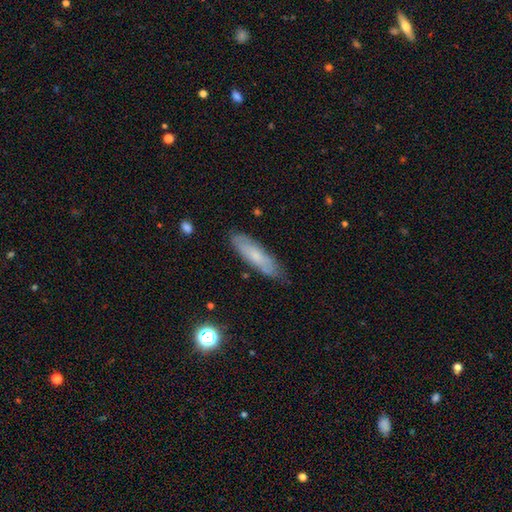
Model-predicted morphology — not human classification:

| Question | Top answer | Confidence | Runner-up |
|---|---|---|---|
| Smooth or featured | smooth | 62% | featured or disk (31%) |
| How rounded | cigar-shaped | 67% | in between (31%) |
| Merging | none | 79% | minor disturbance (17%) |